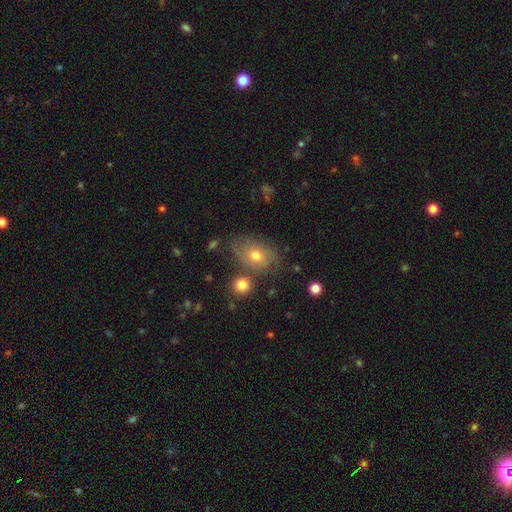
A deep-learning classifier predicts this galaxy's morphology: smooth-or-featured: smooth: 53% | featured or disk: 36% | star or artifact: 11%
  how-rounded: in between: 68% | round: 31% | cigar-shaped: 1%
  merging: none: 63% | minor disturbance: 20% | merger: 9% | major disturbance: 8%